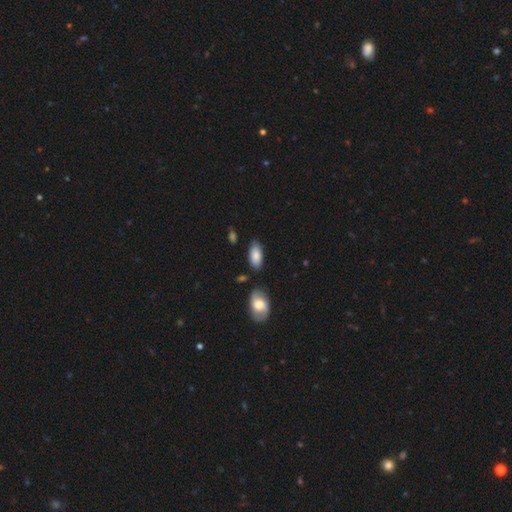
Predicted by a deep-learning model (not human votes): Smooth or featured? Predicted: smooth (p=0.84). How rounded? Predicted: in between (p=0.93). Merging? Predicted: none (p=0.78).